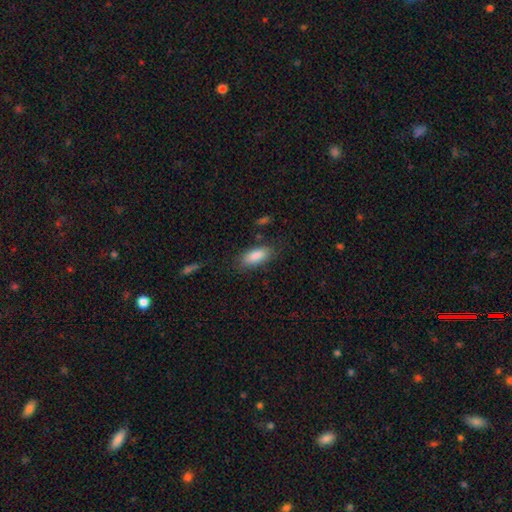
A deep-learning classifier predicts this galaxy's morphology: Q: Smooth or featured?
A: smooth (86%); runner-up: featured or disk (7%)
Q: How rounded?
A: in between (84%); runner-up: cigar-shaped (14%)
Q: Merging?
A: none (78%); runner-up: minor disturbance (15%)